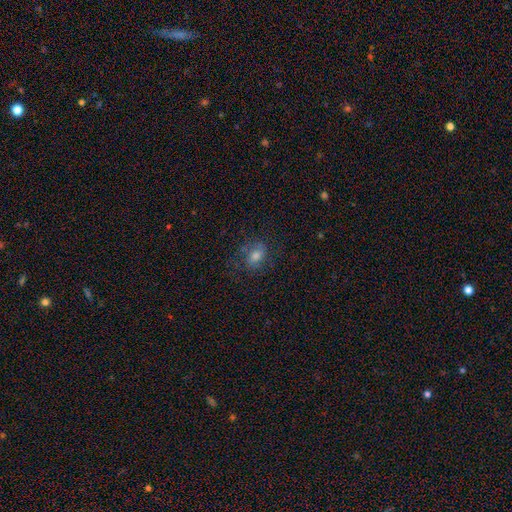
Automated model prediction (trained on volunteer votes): The model was most divided on "smooth or featured": smooth: 52%, featured or disk: 33%, star or artifact: 15%. More confident: merging — none (66%); how rounded — in between (65%).